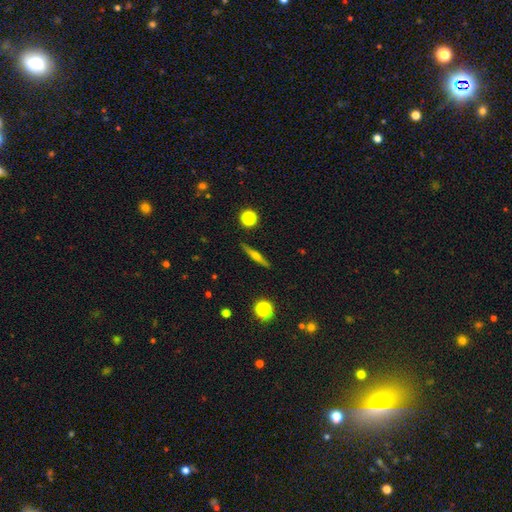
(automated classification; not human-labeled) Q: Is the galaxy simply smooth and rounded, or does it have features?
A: featured or disk — 60%.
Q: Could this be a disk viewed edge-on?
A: yes — 97%.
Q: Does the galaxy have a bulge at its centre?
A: rounded — 85%.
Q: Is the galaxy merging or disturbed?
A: none — 90%.